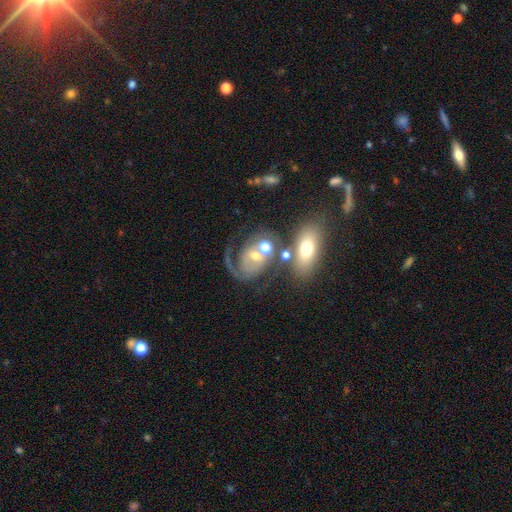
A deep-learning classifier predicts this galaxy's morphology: Q: Smooth or featured?
A: featured or disk (68%); runner-up: smooth (22%)
Q: Edge-on disk?
A: no (96%); runner-up: yes (4%)
Q: Bar?
A: no (71%); runner-up: weak (23%)
Q: Spiral arms?
A: yes (81%); runner-up: no (19%)
Q: Spiral winding?
A: medium (38%); runner-up: tight (34%)
Q: Spiral arm count?
A: 1 (59%); runner-up: 2 (24%)
Q: Bulge size?
A: moderate (55%); runner-up: small (32%)
Q: Merging?
A: none (30%); runner-up: major disturbance (28%)